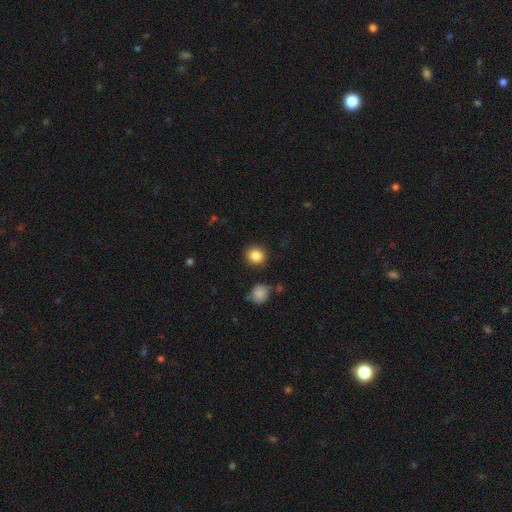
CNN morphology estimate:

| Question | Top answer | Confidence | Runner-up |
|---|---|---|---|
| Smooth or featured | smooth | 86% | star or artifact (10%) |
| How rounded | round | 86% | in between (13%) |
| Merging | none | 88% | minor disturbance (7%) |